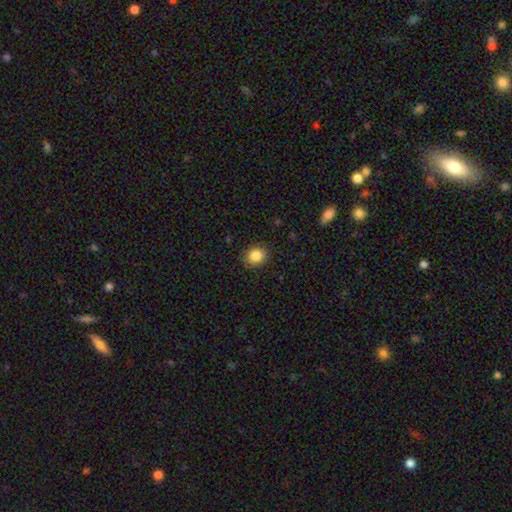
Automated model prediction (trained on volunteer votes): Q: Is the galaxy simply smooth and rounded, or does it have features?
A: smooth — 86%.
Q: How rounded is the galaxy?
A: round — 74%.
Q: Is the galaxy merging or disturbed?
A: none — 88%.